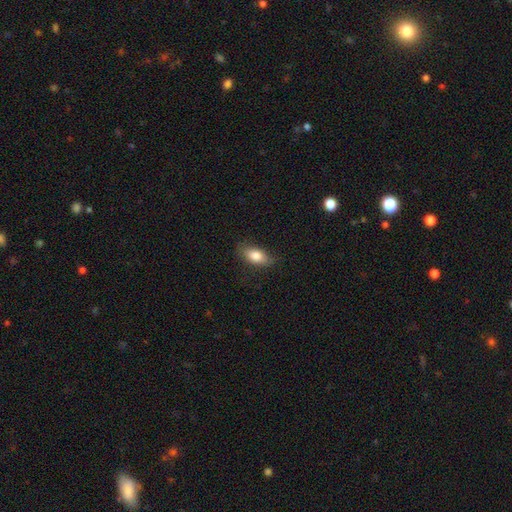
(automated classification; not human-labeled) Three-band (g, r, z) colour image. It shows a smooth galaxy with no disk features (82%) that is in between round and cigar-shaped (86%). Merging: none (76%).